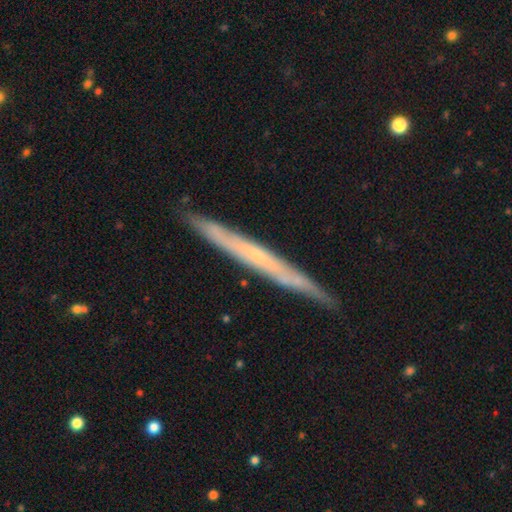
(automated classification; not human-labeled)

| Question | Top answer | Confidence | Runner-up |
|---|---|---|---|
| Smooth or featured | featured or disk | 67% | smooth (27%) |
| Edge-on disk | yes | 92% | no (8%) |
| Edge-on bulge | none | 77% | rounded (19%) |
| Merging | none | 86% | minor disturbance (11%) |